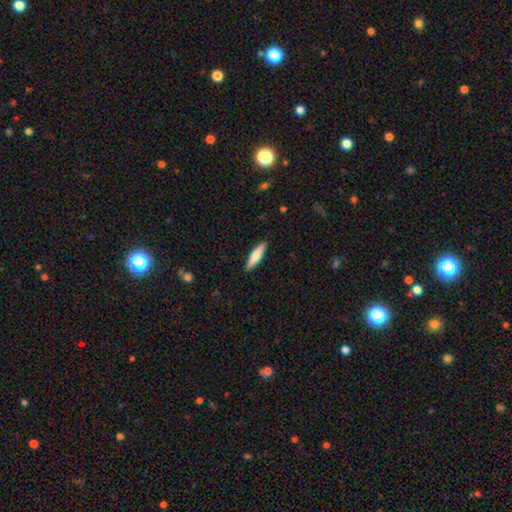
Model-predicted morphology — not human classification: A smooth galaxy with no disk features (70%) that is cigar-shaped (77%).

Vote fractions:
- Smooth or featured? smooth: 70% / featured or disk: 25% / star or artifact: 5%
- How rounded? cigar-shaped: 77% / in between: 21% / round: 2%
- Merging? none: 90% / minor disturbance: 7% / major disturbance: 2% / merger: 1%